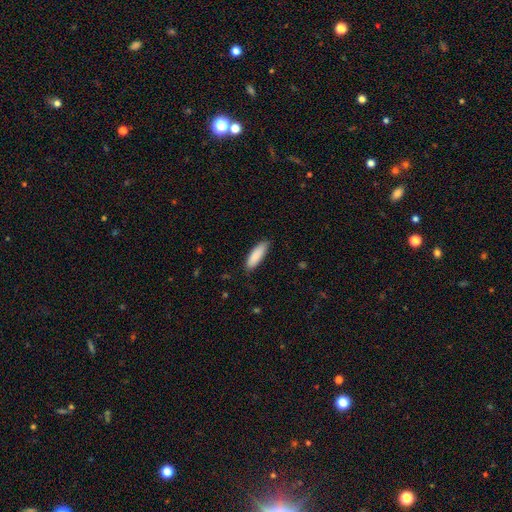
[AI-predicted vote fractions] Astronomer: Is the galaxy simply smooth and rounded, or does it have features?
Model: smooth — 88%.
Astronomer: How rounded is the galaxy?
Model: in between — 53% (runner-up: cigar-shaped, 45%).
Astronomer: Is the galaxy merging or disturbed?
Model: none — 83%.